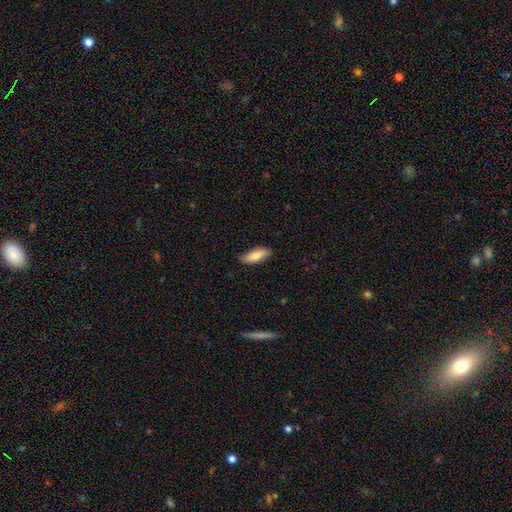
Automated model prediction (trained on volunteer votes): Smooth or featured? Predicted: smooth (p=0.83). How rounded? Predicted: in between (p=0.64). Merging? Predicted: none (p=0.84).